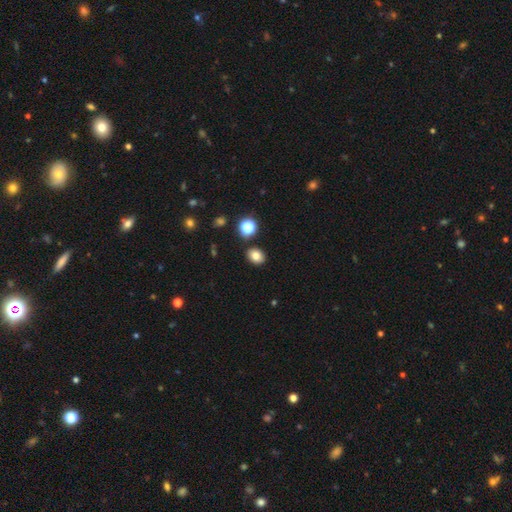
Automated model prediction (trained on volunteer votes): smooth 80%, star or artifact 13%, featured or disk 7%. Down the decision tree: how rounded — round (50%); merging — none (86%).